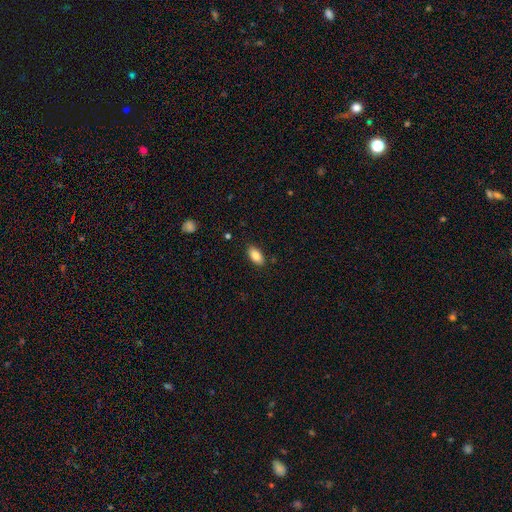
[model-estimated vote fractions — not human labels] Smooth or featured?
  - smooth: 86% *
  - star or artifact: 7%
  - featured or disk: 6%
How rounded?
  - in between: 92% *
  - cigar-shaped: 4%
  - round: 4%
Merging?
  - none: 86% *
  - minor disturbance: 10%
  - major disturbance: 2%
  - merger: 1%